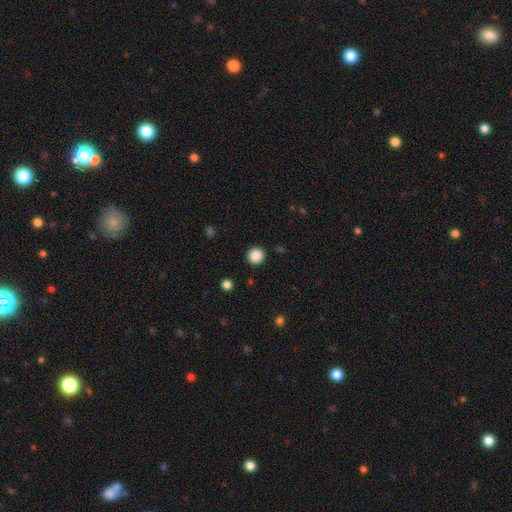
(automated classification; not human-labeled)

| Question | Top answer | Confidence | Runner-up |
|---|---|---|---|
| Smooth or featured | smooth | 87% | star or artifact (10%) |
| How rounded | round | 93% | in between (6%) |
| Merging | none | 91% | minor disturbance (5%) |